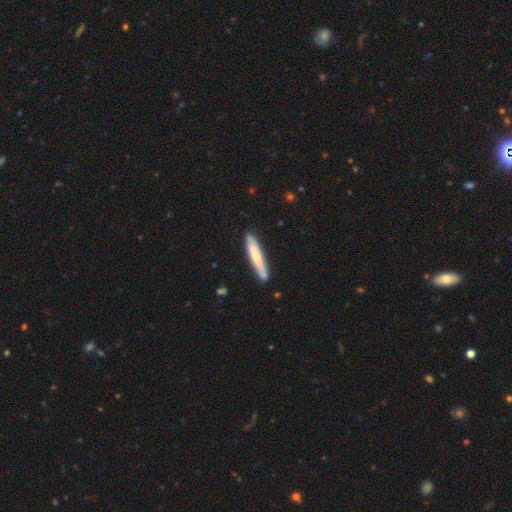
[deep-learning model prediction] Smooth or featured?
  - smooth: 63% *
  - featured or disk: 32%
  - star or artifact: 5%
How rounded?
  - cigar-shaped: 92% *
  - in between: 7%
  - round: 1%
Merging?
  - none: 87% *
  - minor disturbance: 10%
  - merger: 2%
  - major disturbance: 2%